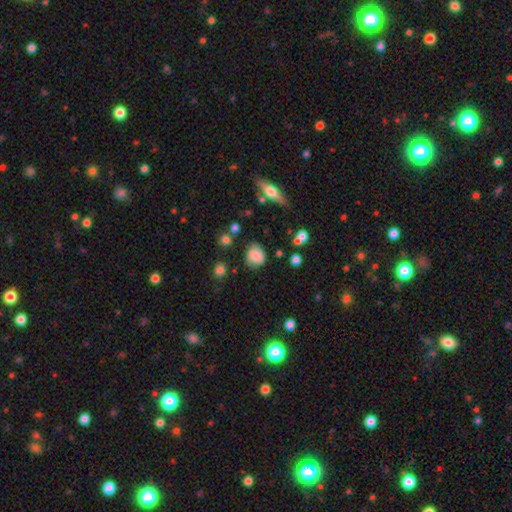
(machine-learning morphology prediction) smooth-or-featured: smooth: 55% | featured or disk: 35% | star or artifact: 10%
  how-rounded: round: 59% | in between: 39% | cigar-shaped: 2%
  merging: none: 68% | minor disturbance: 21% | major disturbance: 7% | merger: 4%